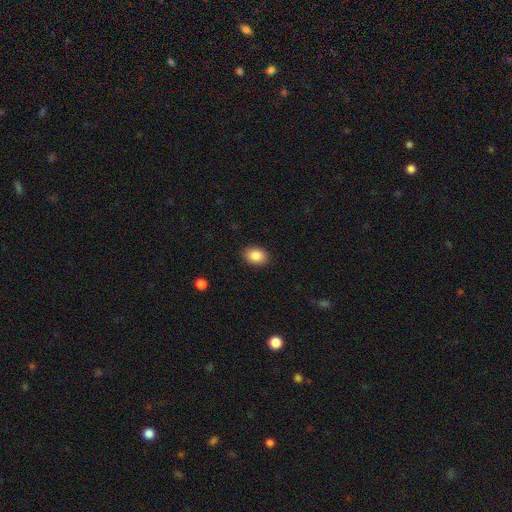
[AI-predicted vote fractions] Overall: smooth (87%). How rounded: in between (74%). Merging: none (89%).